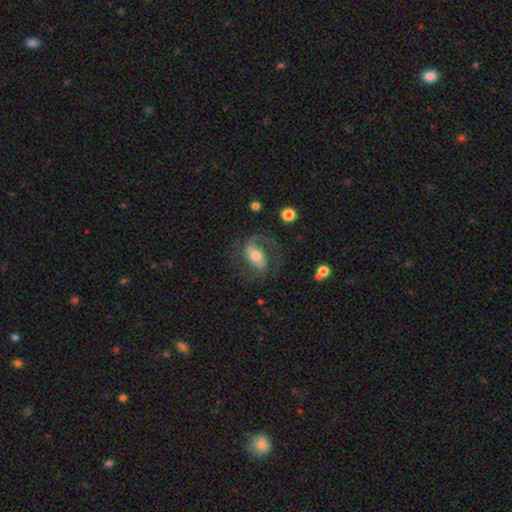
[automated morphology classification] Overall: featured or disk (70%). Edge-on disk: no (96%). Bar: weak (39%; no 32%). Spiral arms: yes (86%). Spiral arm count: 2 (67%). Spiral winding: medium (50%; loose 29%). Bulge size: moderate (64%). Merging: none (56%; major disturbance 23%).